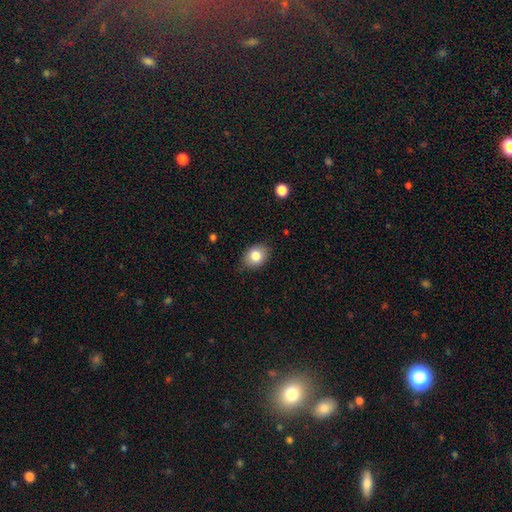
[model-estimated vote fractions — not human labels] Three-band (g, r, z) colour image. It shows a smooth galaxy with no disk features (82%) that is in between round and cigar-shaped (60%). Merging: none (82%).